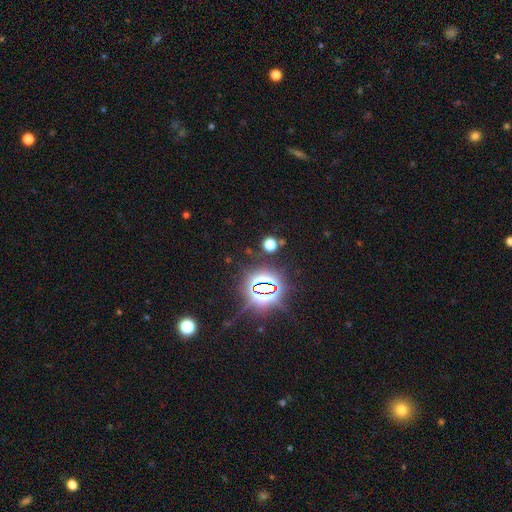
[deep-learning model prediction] Morphology: type=star or artifact (82%).